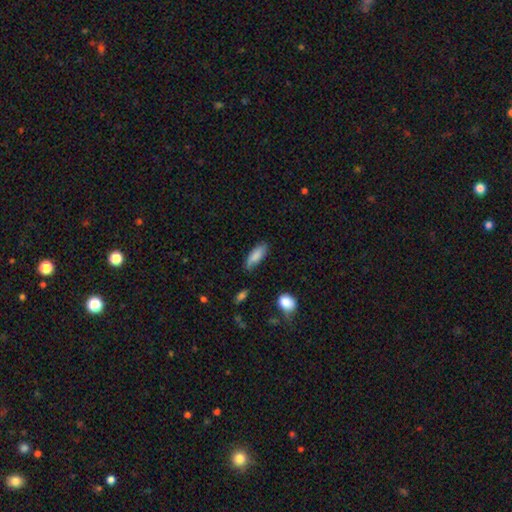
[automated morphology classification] smooth 81%, featured or disk 12%, star or artifact 7%. Down the decision tree: how rounded — in between (73%); merging — none (68%).